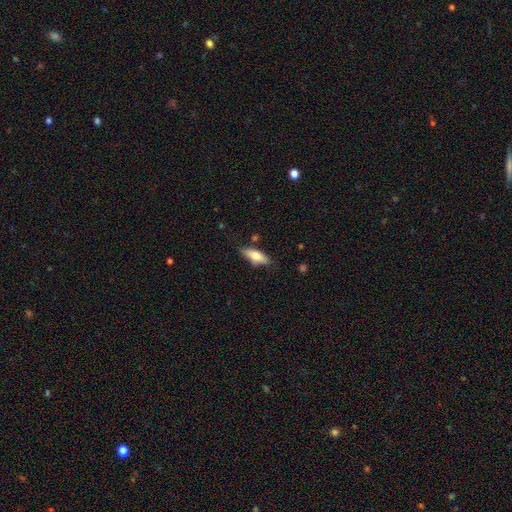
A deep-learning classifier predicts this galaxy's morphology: This appears to be a smooth galaxy with no disk features (71%) that is in between round and cigar-shaped (65%). Merging: none (78%).